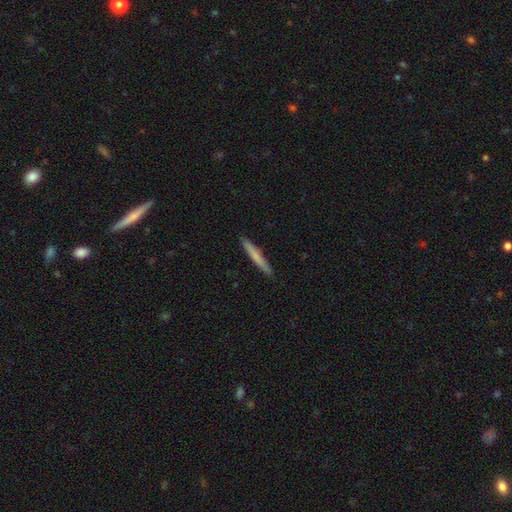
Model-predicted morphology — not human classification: Overall: smooth (69%). How rounded: cigar-shaped (96%). Merging: none (92%).